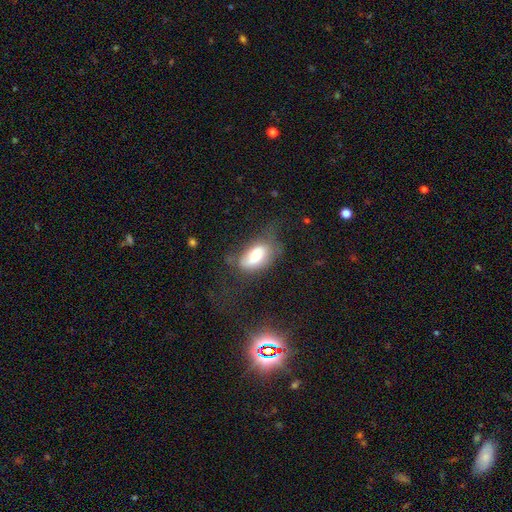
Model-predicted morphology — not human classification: Overall: smooth (65%; featured or disk 27%). How rounded: in between (91%). Merging: none (40%; minor disturbance 30%).